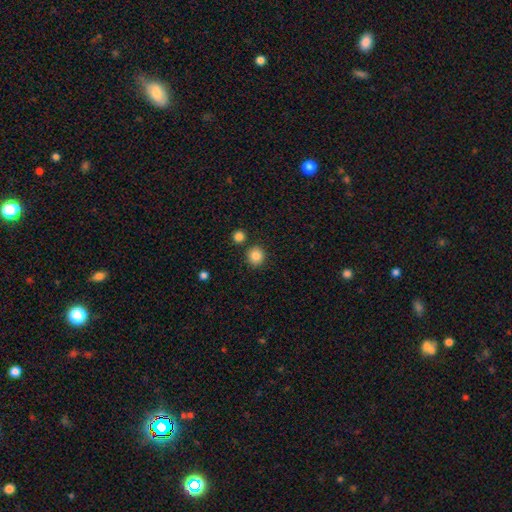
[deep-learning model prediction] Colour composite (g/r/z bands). It shows a smooth galaxy with no disk features (86%) that is round (89%). Merging: none (84%).